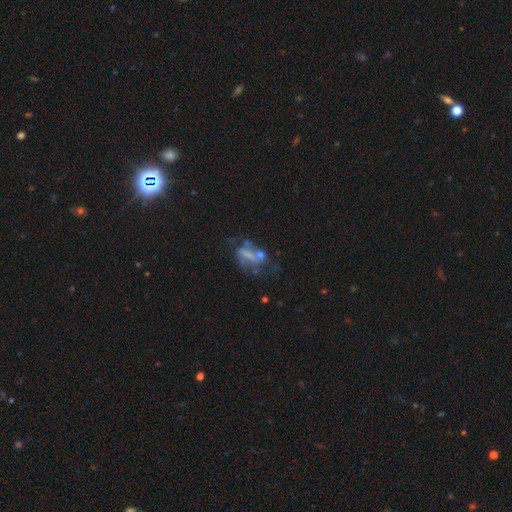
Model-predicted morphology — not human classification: Smooth or featured: featured or disk — 52% (smooth — 31%)
Edge-on disk: no — 92% (yes — 8%)
Merging: none — 32% (major disturbance — 30%)